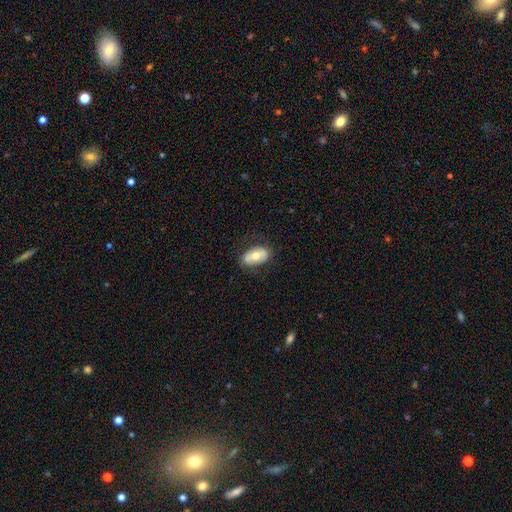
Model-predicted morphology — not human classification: smooth_or_featured: smooth (p=0.63) [alt: featured or disk p=0.31]
how_rounded: in between (p=0.92) [alt: round p=0.05]
merging: none (p=0.79) [alt: minor disturbance p=0.16]